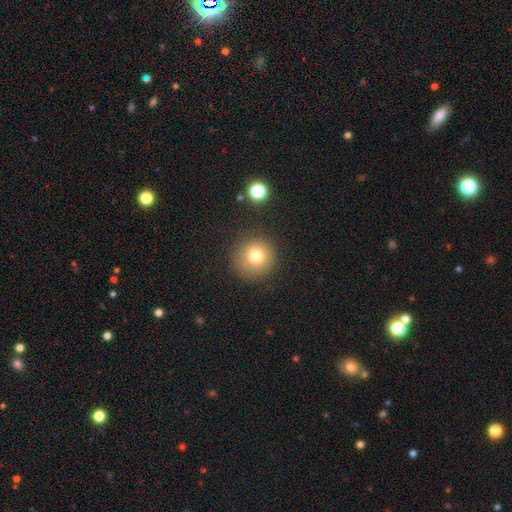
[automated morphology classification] This is likely a smooth galaxy (78%). How rounded: clearly round (93%). Merging: clearly none (84%).